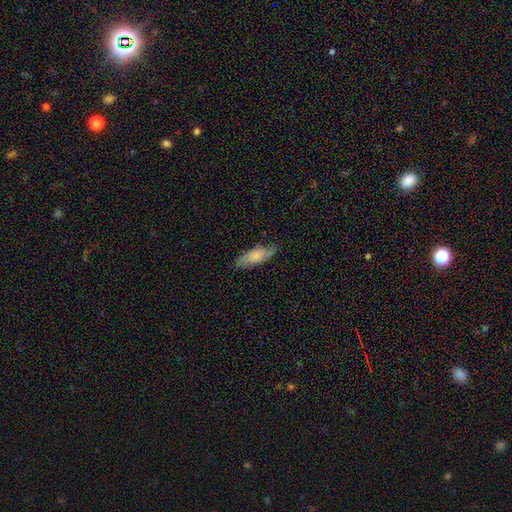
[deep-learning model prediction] smooth-or-featured: smooth: 63% | featured or disk: 30% | star or artifact: 7%
  how-rounded: in between: 68% | cigar-shaped: 30% | round: 2%
  merging: none: 77% | minor disturbance: 18% | major disturbance: 4% | merger: 1%